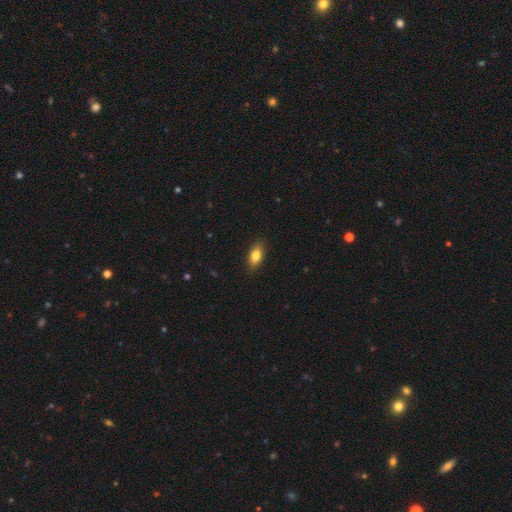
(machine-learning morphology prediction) Smooth or featured? Predicted: smooth (p=0.83). How rounded? Predicted: in between (p=0.86). Merging? Predicted: none (p=0.86).